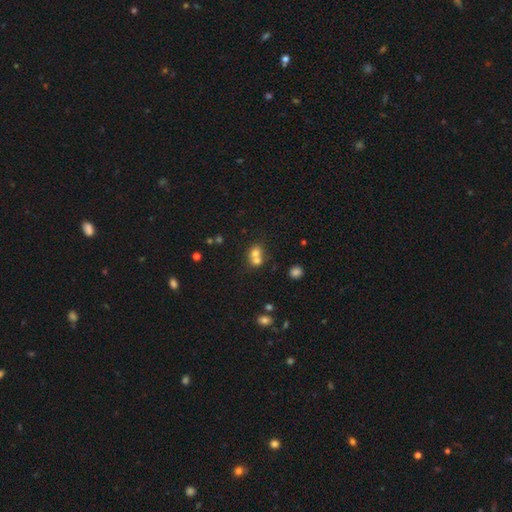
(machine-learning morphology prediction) smooth_or_featured: smooth (p=0.70) [alt: featured or disk p=0.16]
how_rounded: round (p=0.72) [alt: in between p=0.27]
merging: merger (p=0.62) [alt: none p=0.30]